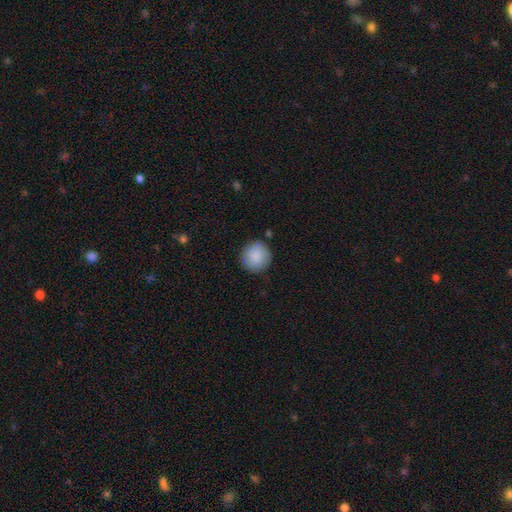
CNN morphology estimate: smooth 86%, featured or disk 8%, star or artifact 6%. Down the decision tree: how rounded — round (93%); merging — none (85%).